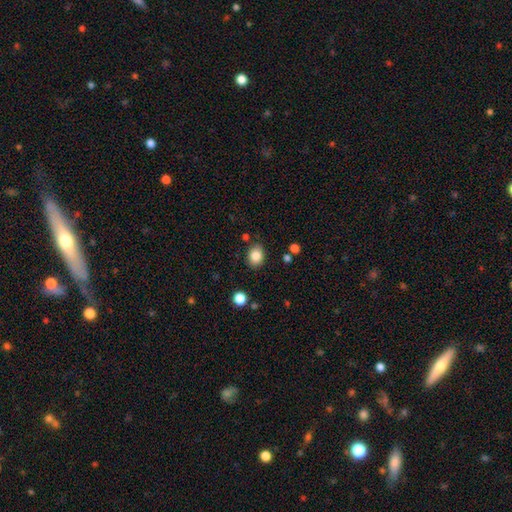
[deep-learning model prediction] This appears to be a smooth galaxy with no disk features (85%) that is in between round and cigar-shaped (59%). Merging: none (82%).